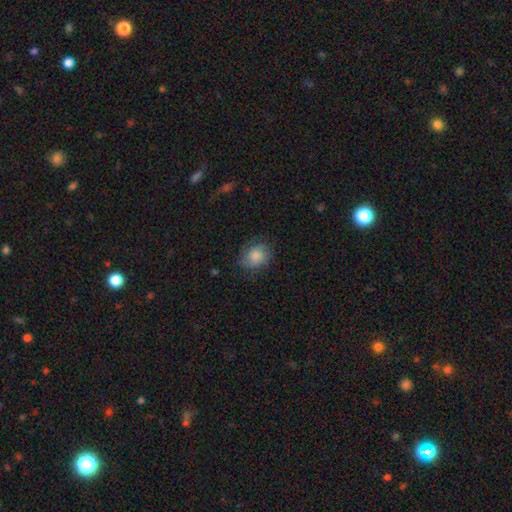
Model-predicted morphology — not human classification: smooth_or_featured: smooth (p=0.75) [alt: featured or disk p=0.16]
how_rounded: round (p=0.59) [alt: in between p=0.40]
merging: none (p=0.71) [alt: minor disturbance p=0.21]